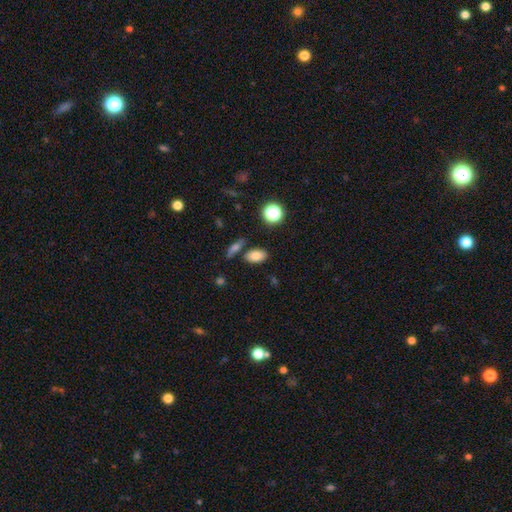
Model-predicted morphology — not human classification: Smooth or featured?
  - smooth: 80% *
  - star or artifact: 11%
  - featured or disk: 9%
How rounded?
  - in between: 87% *
  - round: 10%
  - cigar-shaped: 3%
Merging?
  - none: 76% *
  - minor disturbance: 12%
  - merger: 9%
  - major disturbance: 3%